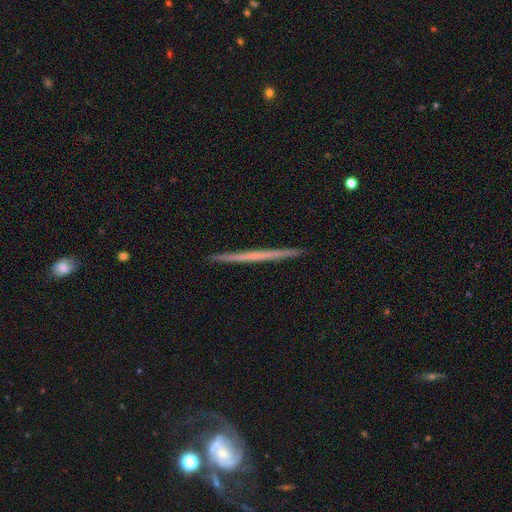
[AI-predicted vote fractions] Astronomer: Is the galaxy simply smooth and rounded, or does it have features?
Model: featured or disk — 57% (runner-up: smooth, 37%).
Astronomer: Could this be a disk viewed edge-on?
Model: yes — 98%.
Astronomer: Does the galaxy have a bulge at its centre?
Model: none — 91%.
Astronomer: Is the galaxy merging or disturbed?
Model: none — 93%.